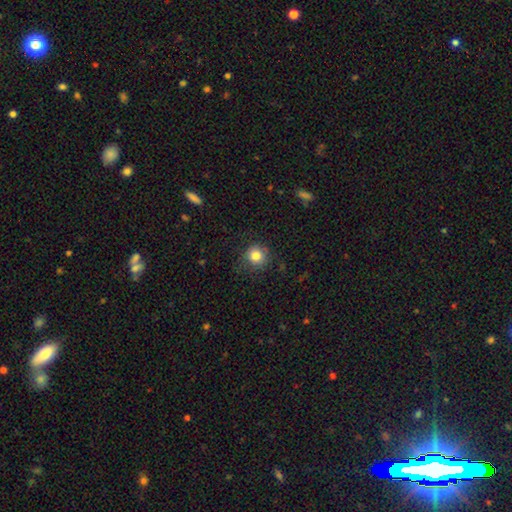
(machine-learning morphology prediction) smooth_or_featured: smooth (p=0.83) [alt: star or artifact p=0.11]
how_rounded: round (p=0.92) [alt: in between p=0.07]
merging: none (p=0.81) [alt: minor disturbance p=0.13]